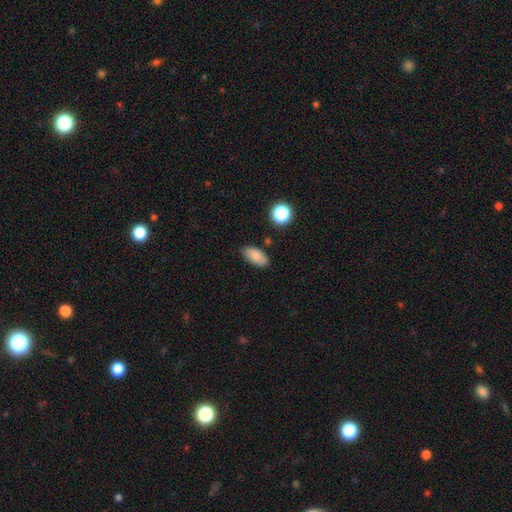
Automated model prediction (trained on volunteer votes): Smooth or featured: smooth — 84% (star or artifact — 9%)
How rounded: in between — 92% (cigar-shaped — 5%)
Merging: none — 83% (minor disturbance — 12%)